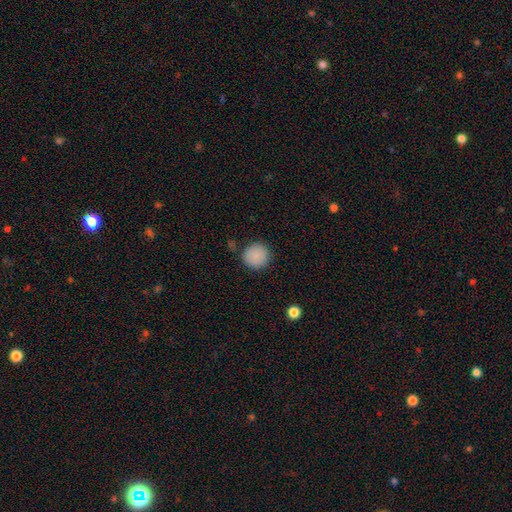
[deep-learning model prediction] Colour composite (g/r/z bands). It shows a smooth galaxy with no disk features (87%) that is round (93%). Merging: none (85%).